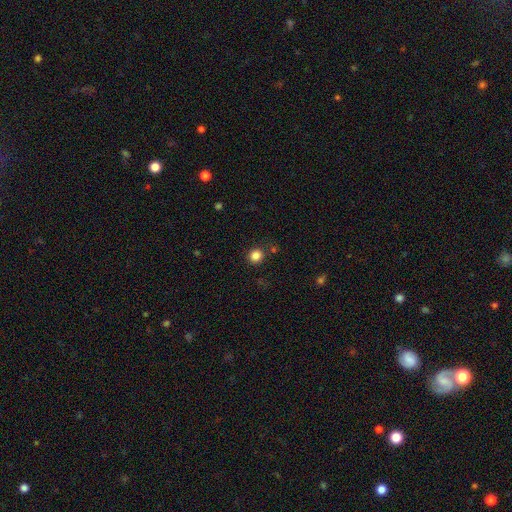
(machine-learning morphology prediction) type=smooth (84%); roundness=round (88%); merging=none (87%).